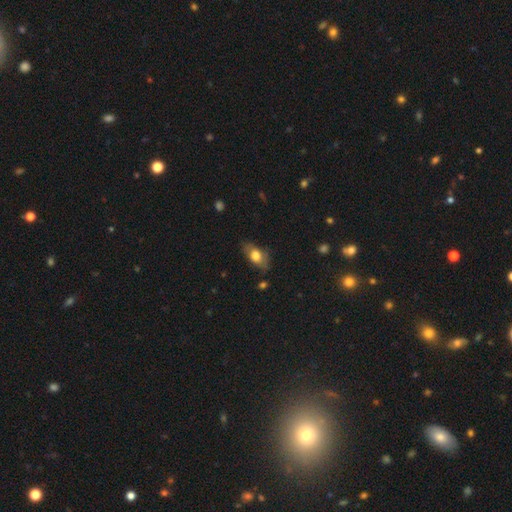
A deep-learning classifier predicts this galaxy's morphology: Smooth or featured? smooth (69%)
How rounded? in between (86%)
Merging? none (72%)